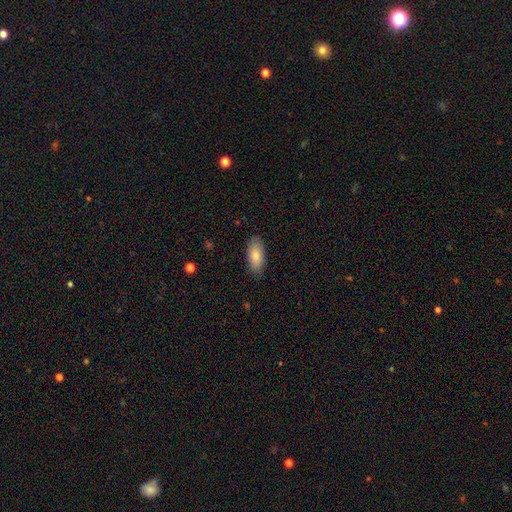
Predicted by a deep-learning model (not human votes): smooth 83%, featured or disk 11%, star or artifact 6%. Down the decision tree: how rounded — in between (88%); merging — none (86%).